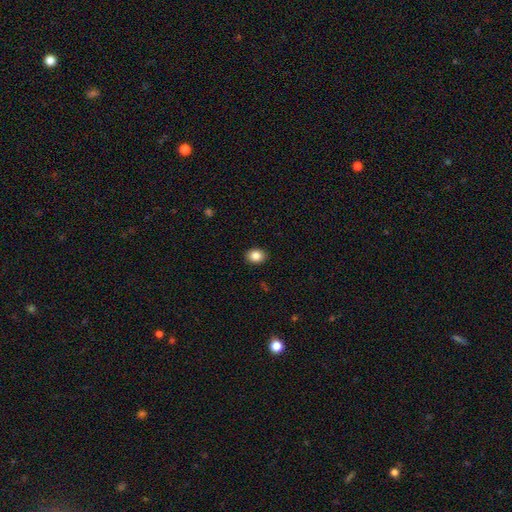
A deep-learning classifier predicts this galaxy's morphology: Q: Smooth or featured?
A: smooth (85%); runner-up: star or artifact (9%)
Q: How rounded?
A: in between (58%); runner-up: round (41%)
Q: Merging?
A: none (91%); runner-up: minor disturbance (7%)